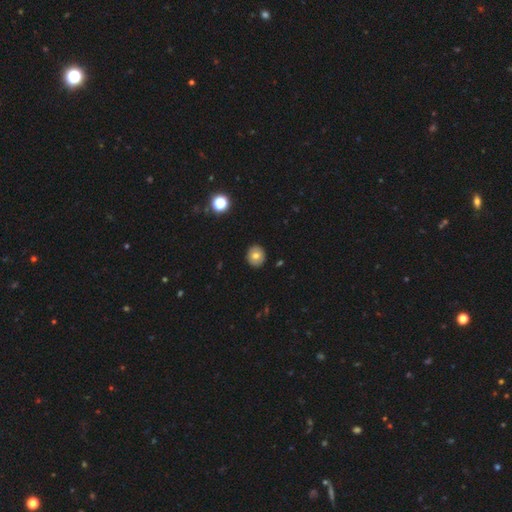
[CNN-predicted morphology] Smooth or featured? Predicted: smooth (p=0.73). How rounded? Predicted: round (p=0.88). Merging? Predicted: none (p=0.91).